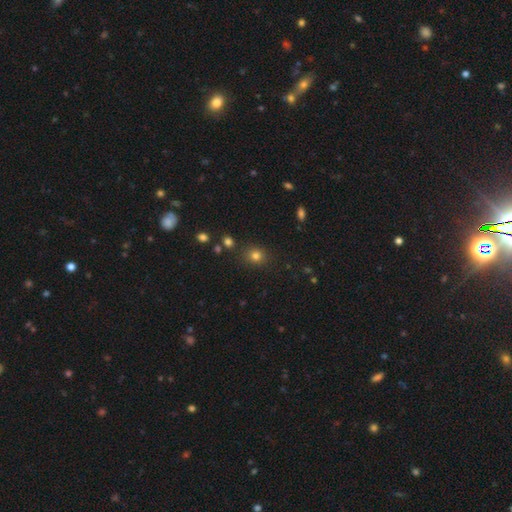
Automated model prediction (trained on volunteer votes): smooth-or-featured: smooth: 79% | star or artifact: 15% | featured or disk: 6%
  how-rounded: round: 80% | in between: 19% | cigar-shaped: 1%
  merging: none: 84% | minor disturbance: 9% | merger: 4% | major disturbance: 3%